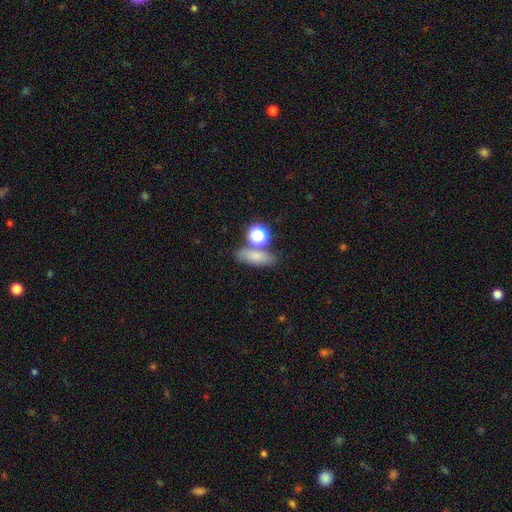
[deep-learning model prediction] A smooth galaxy with no disk features (71%) that is in between round and cigar-shaped (56%). Merging: none (66%).